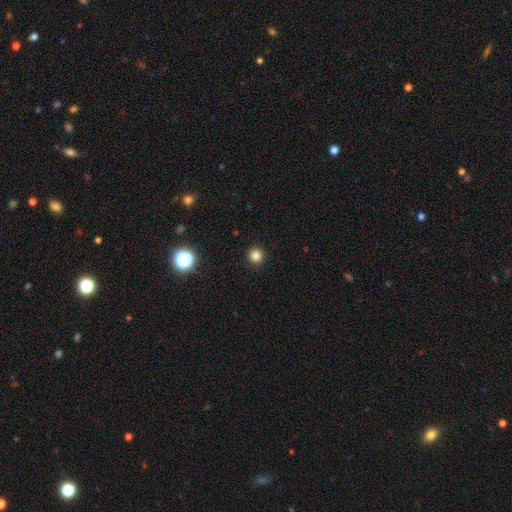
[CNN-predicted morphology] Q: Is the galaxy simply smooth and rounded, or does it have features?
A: smooth — 83%.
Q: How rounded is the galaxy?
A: round — 94%.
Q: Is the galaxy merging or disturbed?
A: none — 92%.